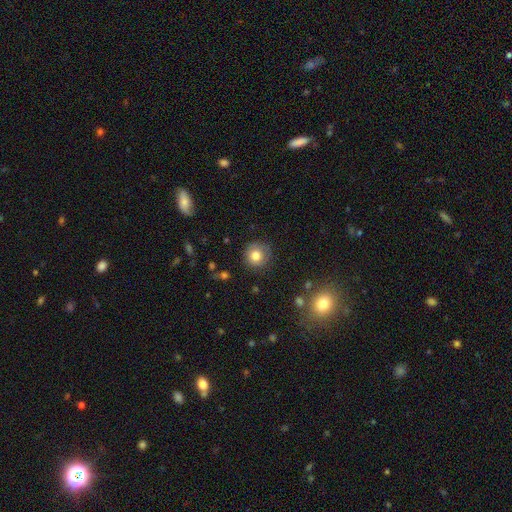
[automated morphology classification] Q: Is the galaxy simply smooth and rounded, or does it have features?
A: smooth — 79%.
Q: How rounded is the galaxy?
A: round — 92%.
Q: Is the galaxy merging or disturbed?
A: none — 83%.